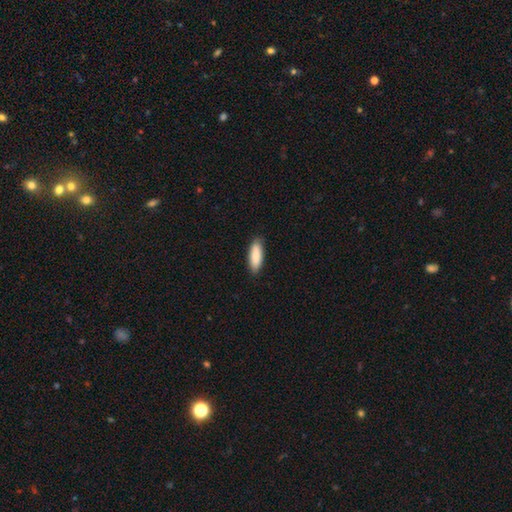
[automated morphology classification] smooth 89%, featured or disk 6%, star or artifact 5%. Down the decision tree: how rounded — in between (60%); merging — none (85%).